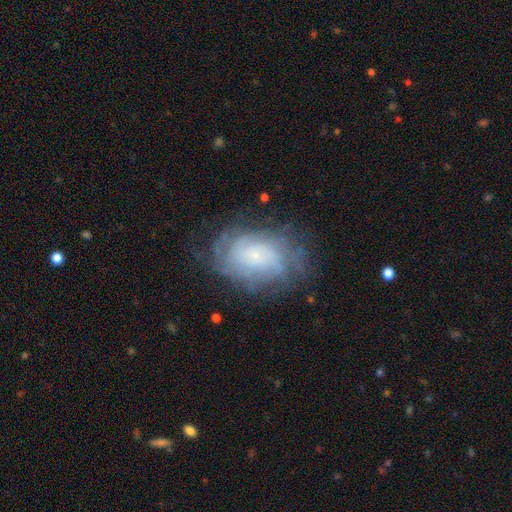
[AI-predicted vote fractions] This appears to be a featured or disk galaxy (71%) with no bar (75%), tight (64%) spiral arms (89%) and a small central bulge (76%). Merging: none (70%).